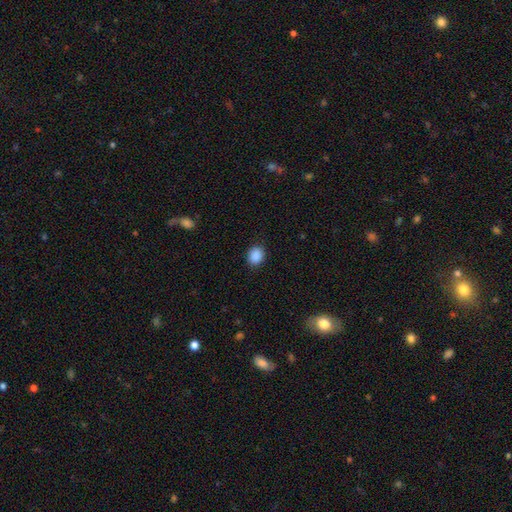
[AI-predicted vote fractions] Morphology: type=smooth (89%); roundness=round (58%); merging=none (88%).